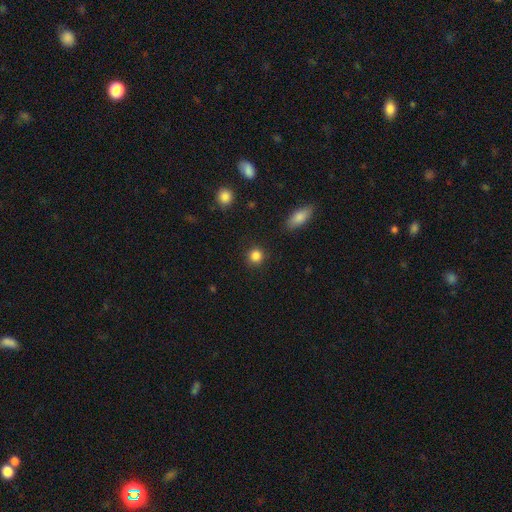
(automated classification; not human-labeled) smooth-or-featured: smooth: 86% | star or artifact: 11% | featured or disk: 4%
  how-rounded: round: 92% | in between: 7% | cigar-shaped: 1%
  merging: none: 89% | minor disturbance: 7% | major disturbance: 2% | merger: 2%